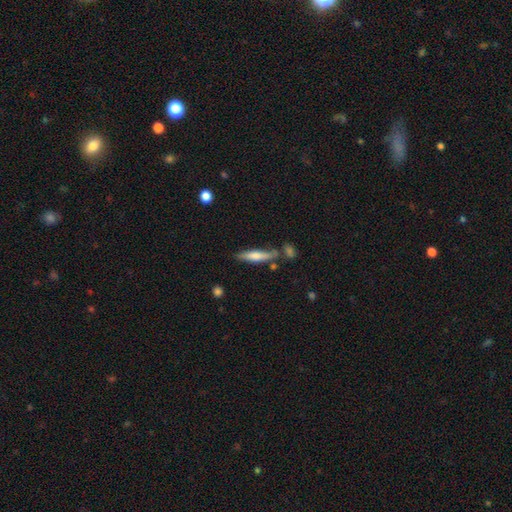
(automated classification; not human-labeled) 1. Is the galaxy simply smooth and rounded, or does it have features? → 56% smooth, 37% featured or disk, 7% star or artifact.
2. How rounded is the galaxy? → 81% cigar-shaped, 17% in between, 2% round.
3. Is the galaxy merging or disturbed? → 68% none, 17% minor disturbance, 11% merger, 4% major disturbance.